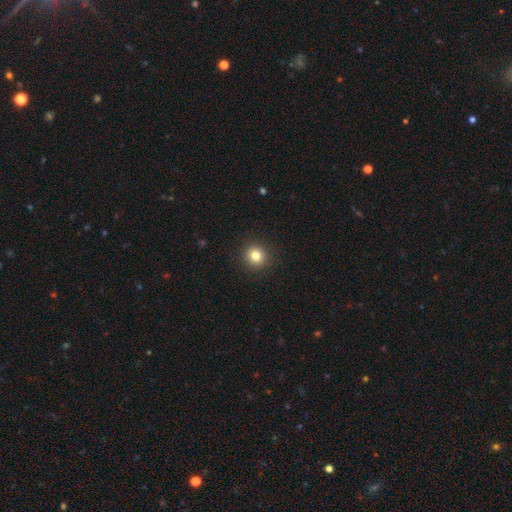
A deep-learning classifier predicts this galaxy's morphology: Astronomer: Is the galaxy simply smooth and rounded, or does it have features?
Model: smooth — 81%.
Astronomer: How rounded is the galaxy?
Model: round — 93%.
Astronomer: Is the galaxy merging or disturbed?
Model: none — 92%.